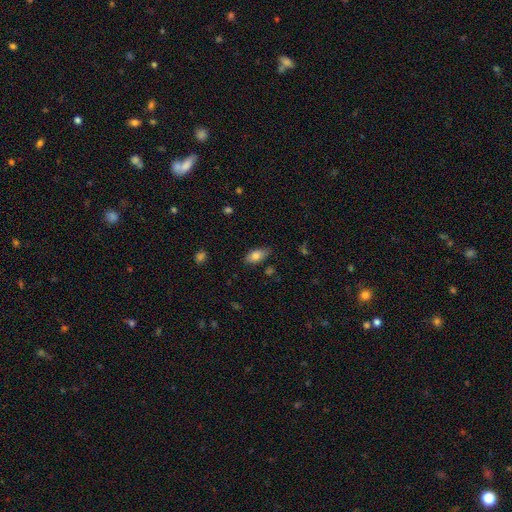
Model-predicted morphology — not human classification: This is likely a smooth galaxy (80%). How rounded: clearly in between (89%). Merging: likely none (78%).